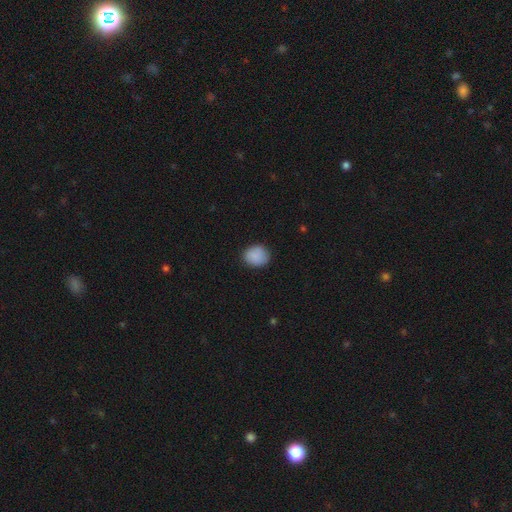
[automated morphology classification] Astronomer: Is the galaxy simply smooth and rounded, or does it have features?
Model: smooth — 88%.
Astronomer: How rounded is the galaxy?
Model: round — 67%.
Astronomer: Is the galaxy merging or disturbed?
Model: none — 84%.